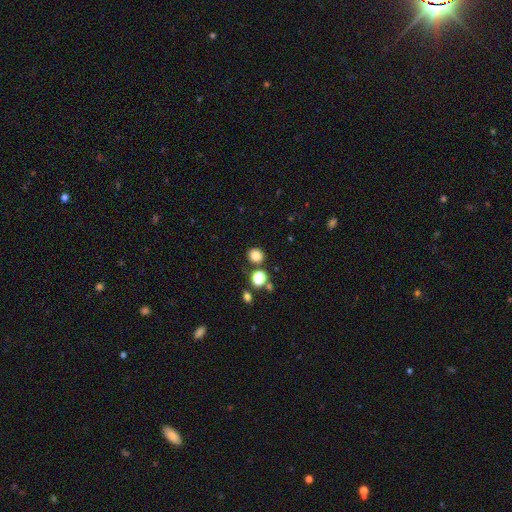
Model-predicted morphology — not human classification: Smooth or featured?
  - smooth: 81% *
  - star or artifact: 14%
  - featured or disk: 5%
How rounded?
  - round: 84% *
  - in between: 15%
  - cigar-shaped: 1%
Merging?
  - none: 82% *
  - minor disturbance: 8%
  - merger: 7%
  - major disturbance: 3%